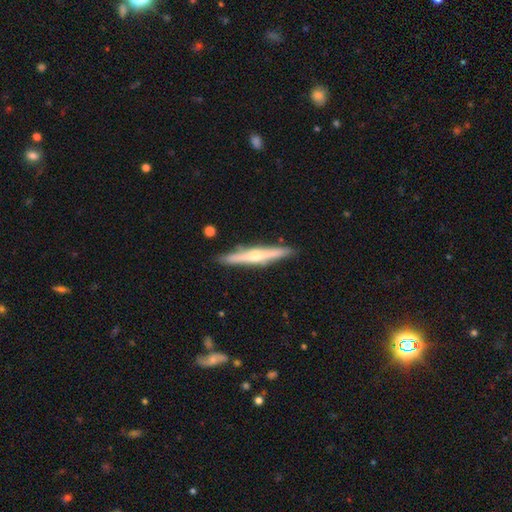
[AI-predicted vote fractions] featured or disk 71%, smooth 23%, star or artifact 5%. Down the decision tree: edge-on disk — yes (97%); edge-on bulge — rounded (88%); merging — none (90%).